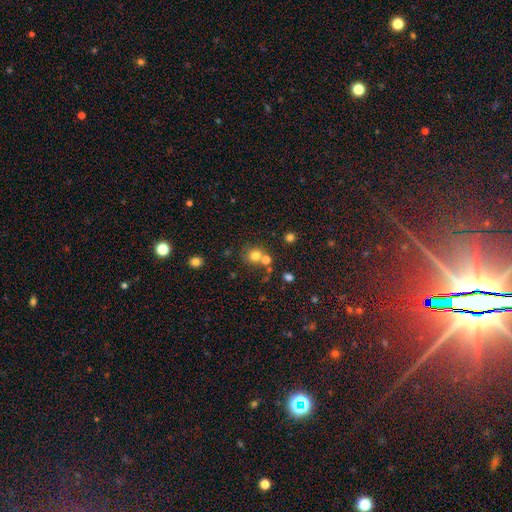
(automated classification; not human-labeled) This is likely a smooth galaxy (75%). How rounded: clearly round (82%). Merging: possibly none (54%).